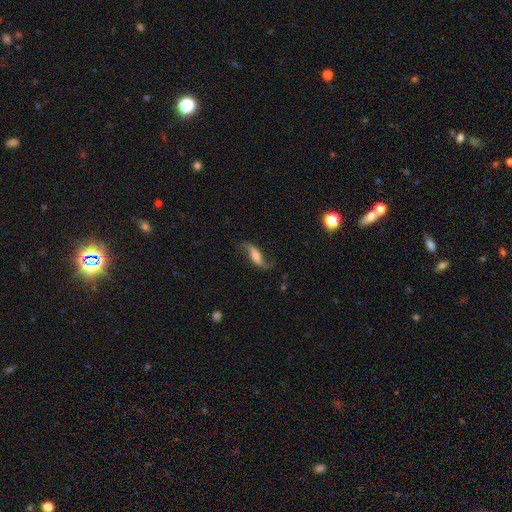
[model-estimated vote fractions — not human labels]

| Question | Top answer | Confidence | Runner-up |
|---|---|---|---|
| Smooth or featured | featured or disk | 75% | smooth (18%) |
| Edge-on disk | no | 85% | yes (15%) |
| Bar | no | 41% | weak (35%) |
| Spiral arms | yes | 94% | no (6%) |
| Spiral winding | loose | 89% | medium (8%) |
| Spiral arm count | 2 | 92% | 1 (3%) |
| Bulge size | moderate | 38% | small (24%) |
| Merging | none | 73% | minor disturbance (16%) |